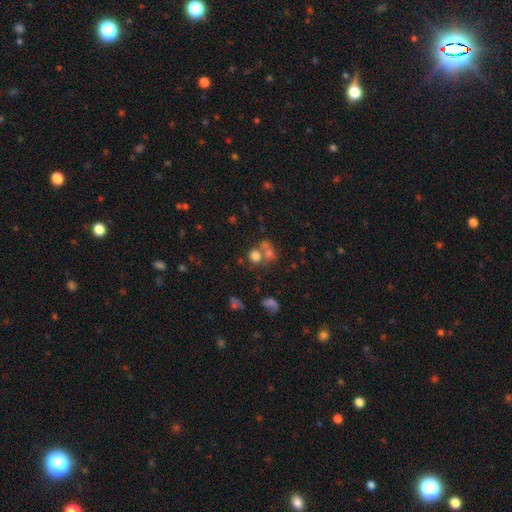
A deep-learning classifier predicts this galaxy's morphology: smooth-or-featured: smooth: 70% | star or artifact: 16% | featured or disk: 13%
  how-rounded: round: 77% | in between: 22% | cigar-shaped: 1%
  merging: merger: 44% | none: 42% | minor disturbance: 8% | major disturbance: 6%